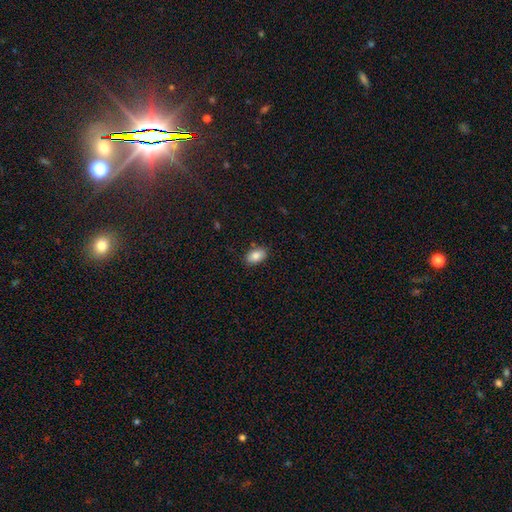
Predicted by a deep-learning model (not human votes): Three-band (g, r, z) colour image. It shows a smooth galaxy with no disk features (87%) that is in between round and cigar-shaped (90%). Merging: none (84%).